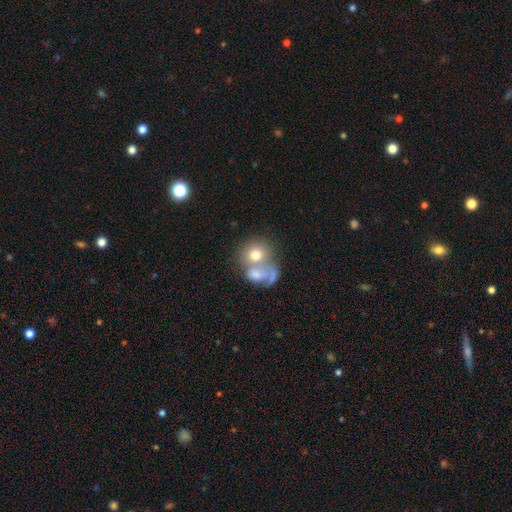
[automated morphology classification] Smooth or featured? smooth (65%)
How rounded? round (65%)
Merging? merger (61%)